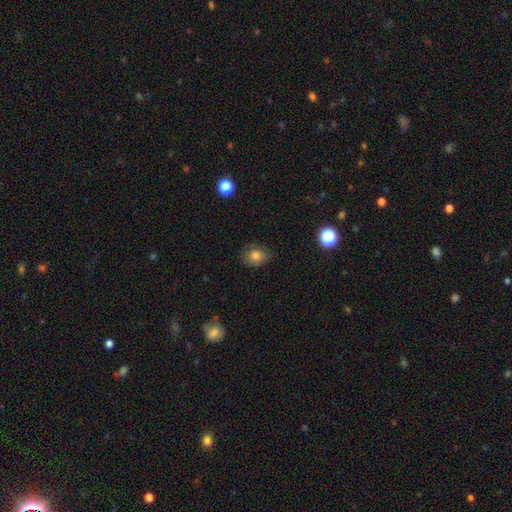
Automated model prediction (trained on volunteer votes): Smooth or featured: smooth — 80% (star or artifact — 12%)
How rounded: round — 54% (in between — 45%)
Merging: none — 77% (minor disturbance — 18%)